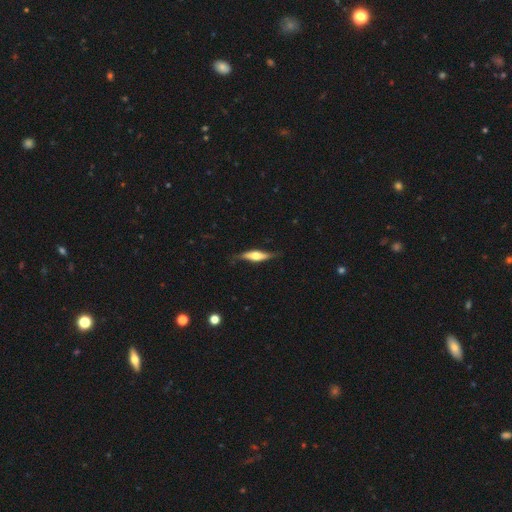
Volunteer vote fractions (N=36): Smooth or featured: featured or disk — 56% (smooth — 39%)
Edge-on disk: yes — 95% (no — 5%)
Edge-on bulge: rounded — 95% (none — 5%)
Merging: none — 79% (minor disturbance — 15%)